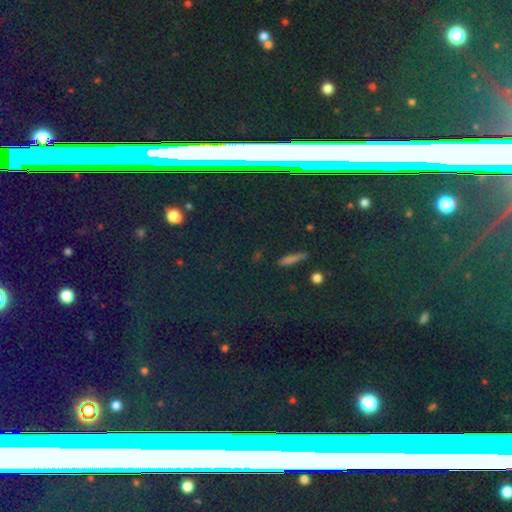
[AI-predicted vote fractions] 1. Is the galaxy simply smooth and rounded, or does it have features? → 72% star or artifact, 16% smooth, 12% featured or disk.